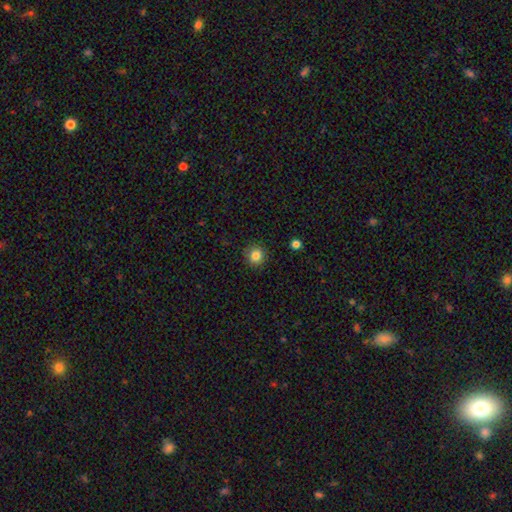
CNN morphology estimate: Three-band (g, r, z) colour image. It shows a smooth galaxy with no disk features (83%) that is round (91%). Merging: none (91%).